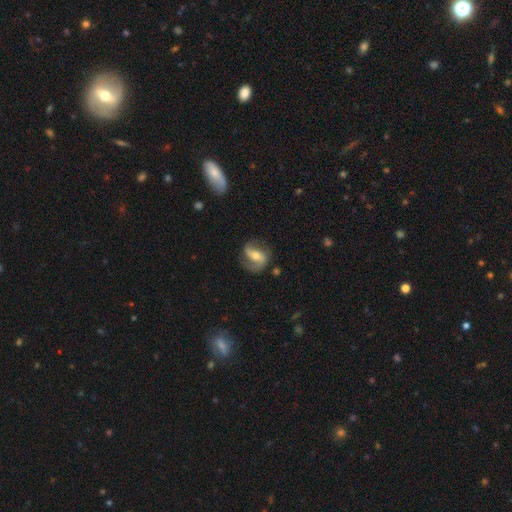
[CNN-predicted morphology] This appears to be a featured or disk galaxy (75%) with a weak bar (37%), 2 (80%) medium (42%) spiral arms (92%) and a moderate central bulge (59%). Merging: none (68%).